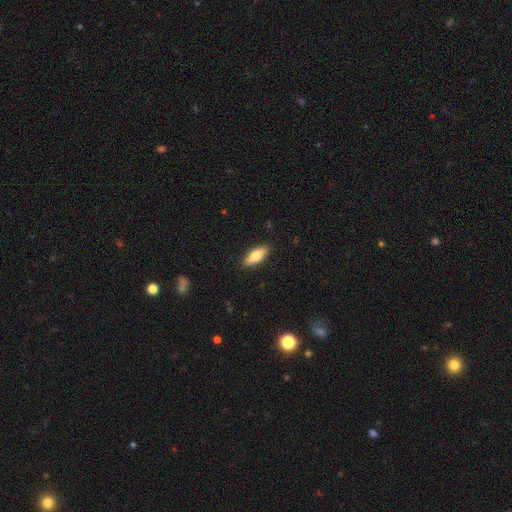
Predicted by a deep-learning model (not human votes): Smooth or featured? Predicted: smooth (p=0.72). How rounded? Predicted: in between (p=0.64). Merging? Predicted: none (p=0.89).